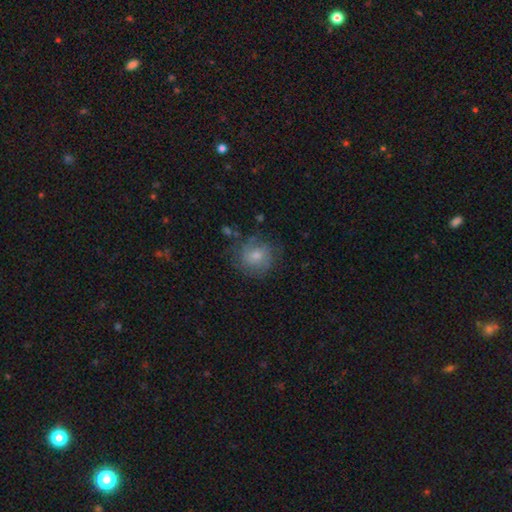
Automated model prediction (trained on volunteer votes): Smooth or featured? Predicted: smooth (p=0.48). Merging? Predicted: none (p=0.74).